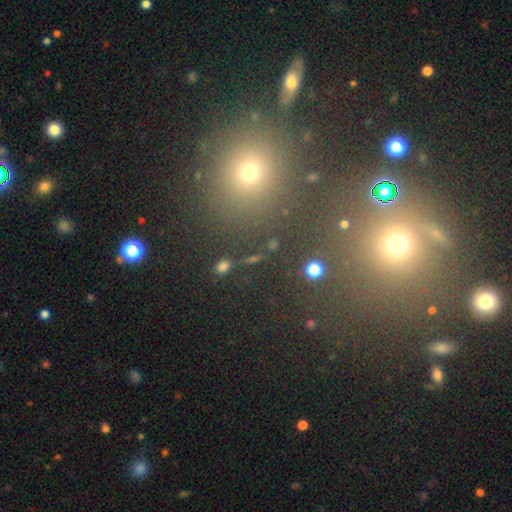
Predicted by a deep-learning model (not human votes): Smooth or featured? Predicted: star or artifact (p=0.45).